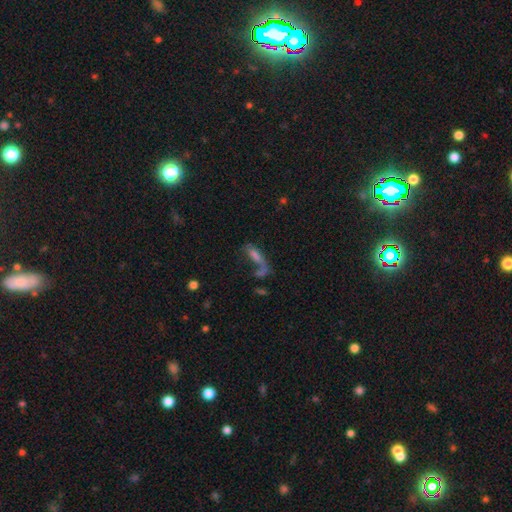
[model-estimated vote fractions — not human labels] This is possibly a smooth galaxy (48%). Merging: marginally none (32%).